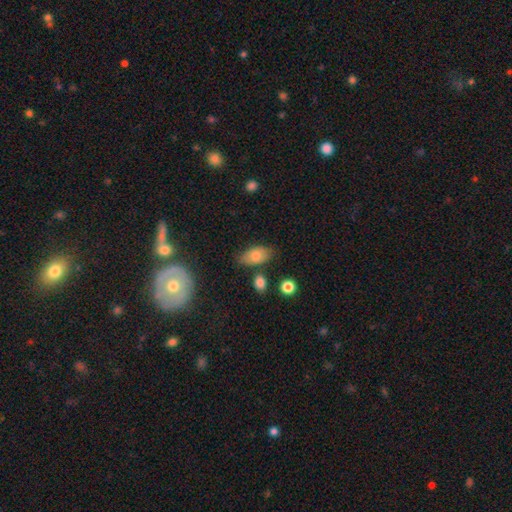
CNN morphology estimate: This appears to be a smooth galaxy with no disk features (77%) that is in between round and cigar-shaped (90%). Merging: none (71%).